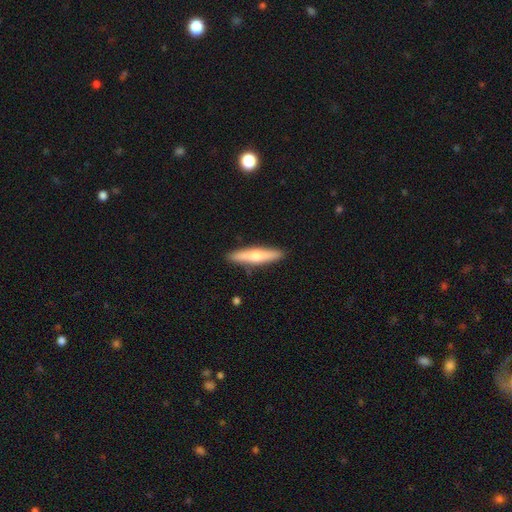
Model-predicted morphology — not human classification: A smooth galaxy with no disk features (49%). Merging: none (90%).